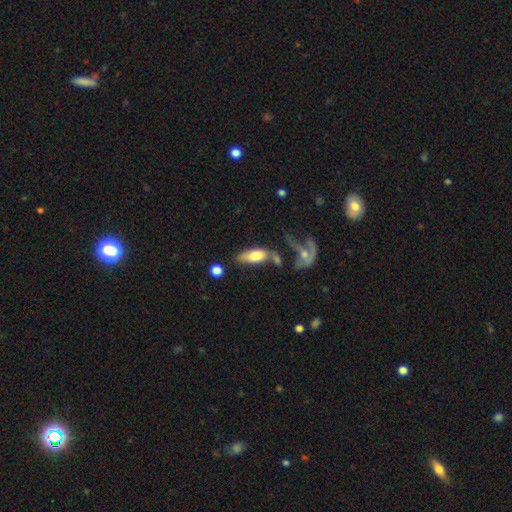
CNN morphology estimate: This is likely a smooth galaxy (66%). How rounded: clearly in between (81%). Merging: marginally none (33%).